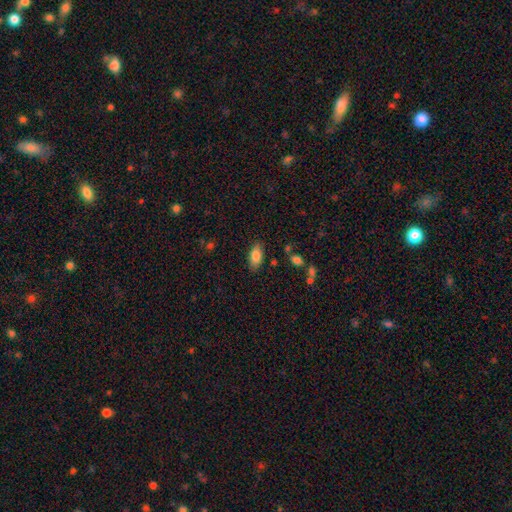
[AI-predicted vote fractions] The model was most divided on "smooth or featured": smooth: 82%, featured or disk: 11%, star or artifact: 7%. More confident: how rounded — in between (89%); merging — none (84%).